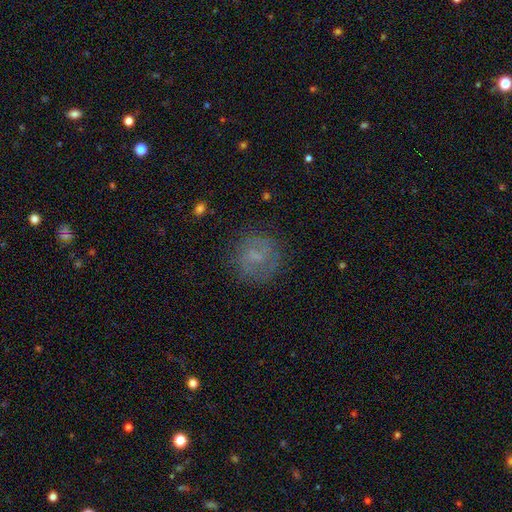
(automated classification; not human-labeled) A smooth galaxy with no disk features (45%).

Vote fractions:
- Smooth or featured? smooth: 45% / featured or disk: 42% / star or artifact: 12%
- Merging? none: 77% / minor disturbance: 14% / major disturbance: 7% / merger: 1%